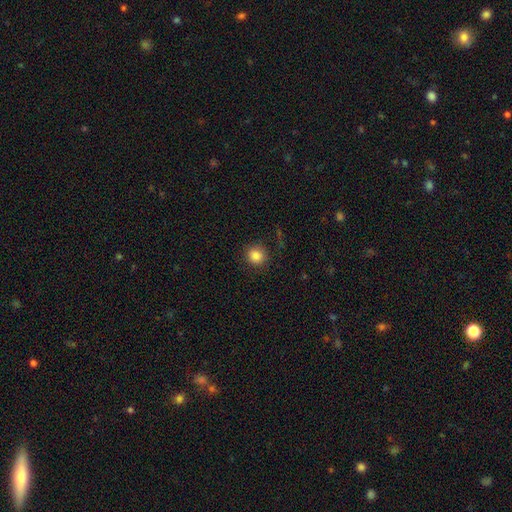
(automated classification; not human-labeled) smooth 85%, star or artifact 10%, featured or disk 5%. Down the decision tree: how rounded — round (90%); merging — none (86%).